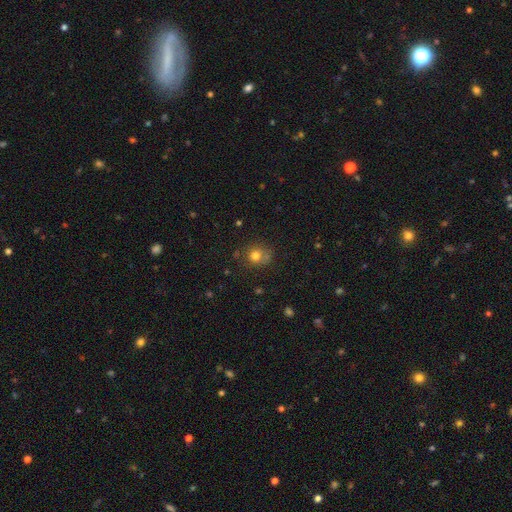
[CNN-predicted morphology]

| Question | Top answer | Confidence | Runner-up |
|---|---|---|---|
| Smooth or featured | smooth | 76% | star or artifact (14%) |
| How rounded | round | 80% | in between (19%) |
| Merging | none | 65% | minor disturbance (20%) |